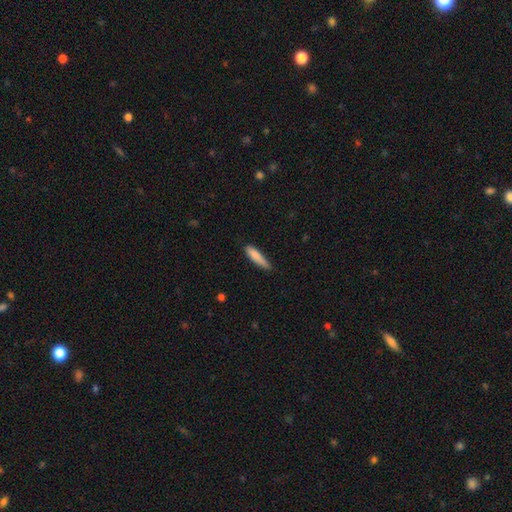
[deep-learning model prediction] Smooth or featured? Predicted: smooth (p=0.84). How rounded? Predicted: cigar-shaped (p=0.77). Merging? Predicted: none (p=0.63).